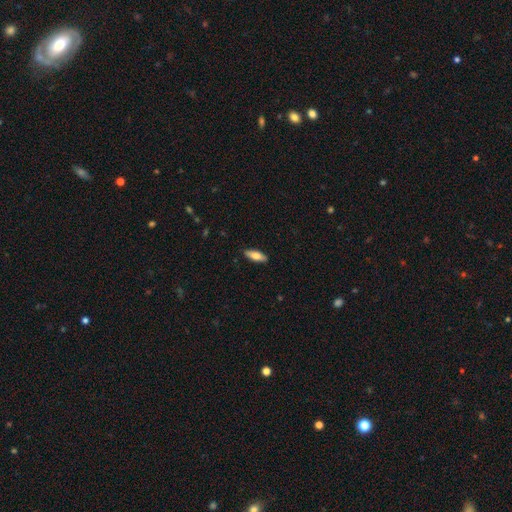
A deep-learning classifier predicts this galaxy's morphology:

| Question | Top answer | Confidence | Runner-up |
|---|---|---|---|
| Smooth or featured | smooth | 76% | featured or disk (18%) |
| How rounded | in between | 68% | cigar-shaped (30%) |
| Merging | none | 89% | minor disturbance (9%) |